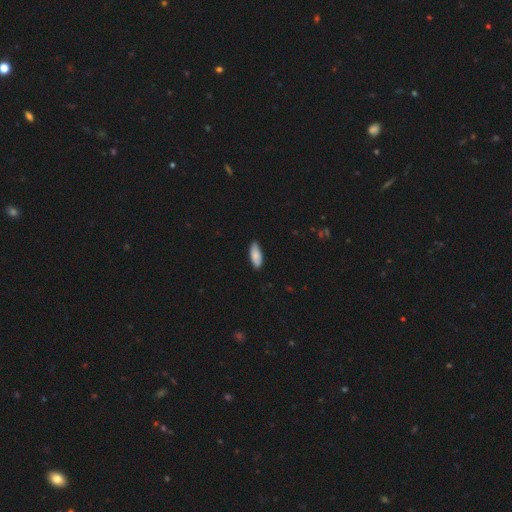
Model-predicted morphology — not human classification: Overall: smooth (84%). How rounded: in between (77%). Merging: none (83%).